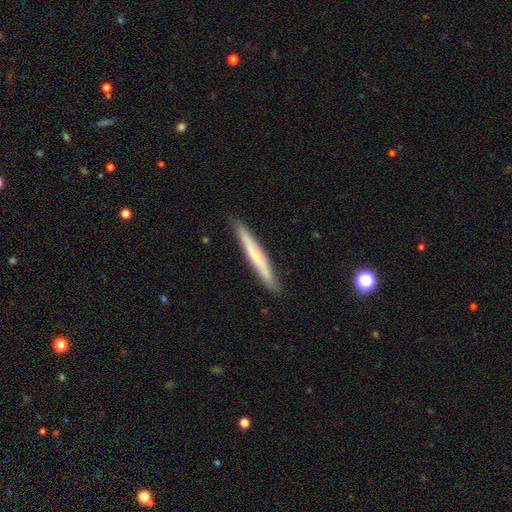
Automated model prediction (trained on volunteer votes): This appears to be a smooth galaxy with no disk features (53%) that is cigar-shaped (96%). Merging: none (90%).